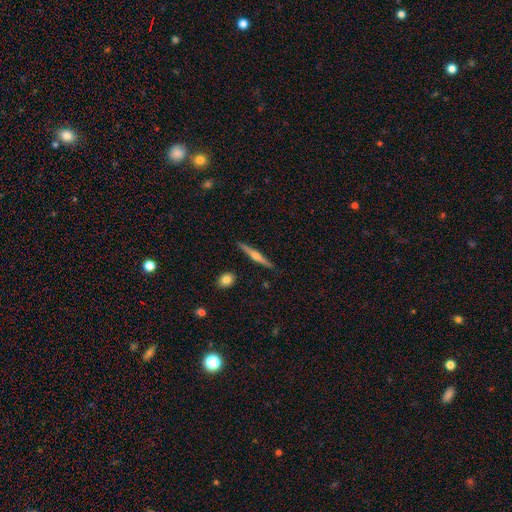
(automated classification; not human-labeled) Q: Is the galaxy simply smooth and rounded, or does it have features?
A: featured or disk — 67%.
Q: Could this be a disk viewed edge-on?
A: yes — 98%.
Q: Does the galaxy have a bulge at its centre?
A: rounded — 86%.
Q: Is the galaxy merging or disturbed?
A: none — 90%.